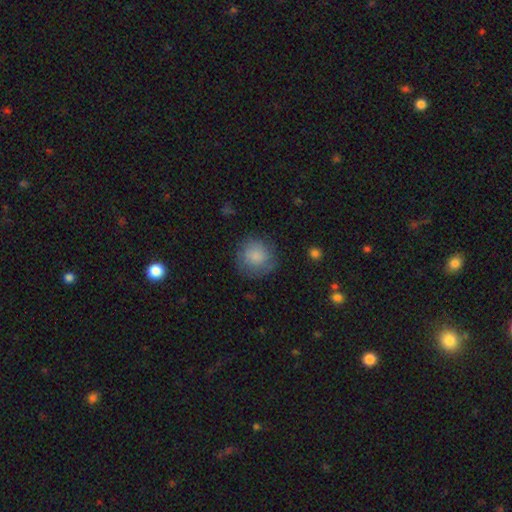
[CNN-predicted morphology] This is likely a smooth galaxy (77%). How rounded: clearly round (92%). Merging: likely none (76%).